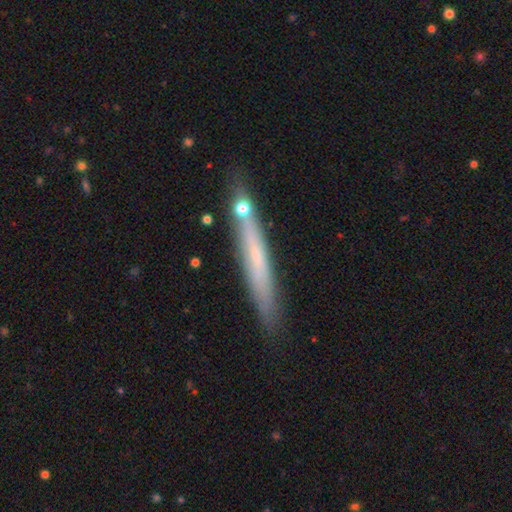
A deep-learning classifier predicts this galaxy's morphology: smooth_or_featured: smooth (p=0.46) [tied with: featured or disk p=0.46]
merging: none (p=0.81) [alt: minor disturbance p=0.11]